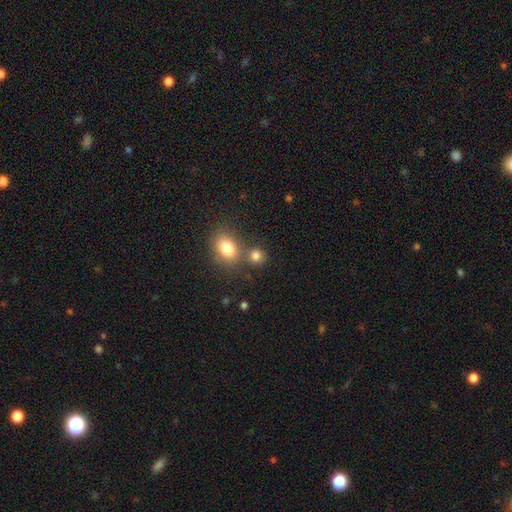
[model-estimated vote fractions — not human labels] smooth 81%, star or artifact 12%, featured or disk 7%. Down the decision tree: how rounded — round (74%); merging — none (61%).